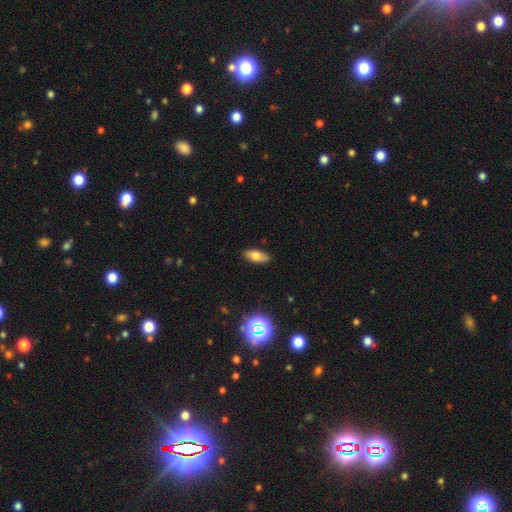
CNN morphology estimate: The model was most divided on "smooth or featured": smooth: 75%, featured or disk: 16%, star or artifact: 10%. More confident: merging — none (87%); how rounded — in between (85%).